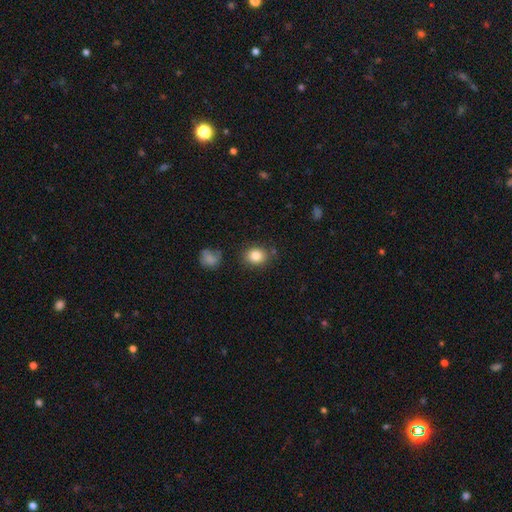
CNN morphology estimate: The model was most divided on "how rounded": round: 64%, in between: 35%, cigar-shaped: 1%. More confident: smooth or featured — smooth (83%); merging — none (81%).